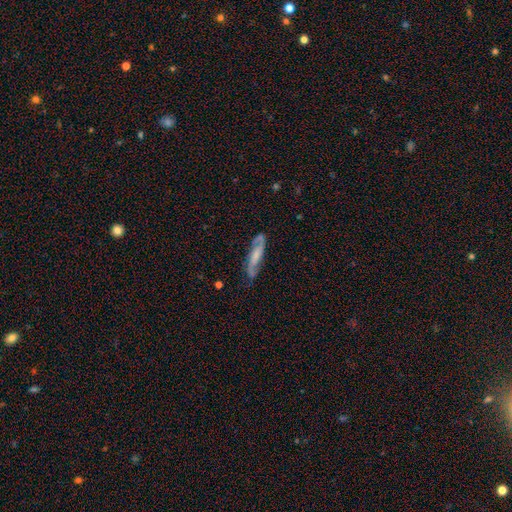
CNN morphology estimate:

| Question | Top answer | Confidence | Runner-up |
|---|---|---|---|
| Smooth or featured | featured or disk | 69% | smooth (25%) |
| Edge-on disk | no | 77% | yes (23%) |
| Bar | no | 39% | weak (37%) |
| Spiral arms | yes | 92% | no (8%) |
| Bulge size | small | 32% | none (31%) |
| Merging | none | 70% | minor disturbance (20%) |